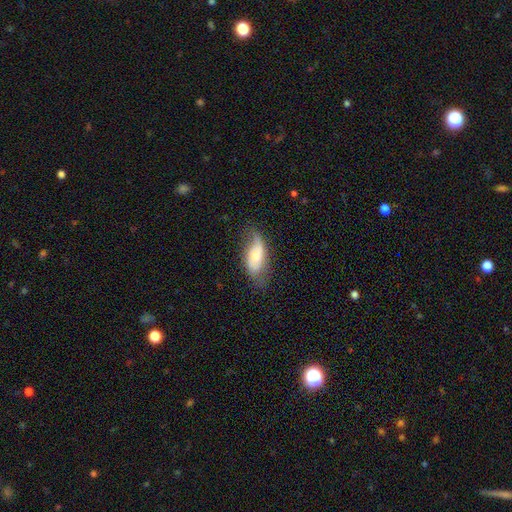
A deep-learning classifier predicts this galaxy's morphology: type=smooth (49%); merging=none (54%).